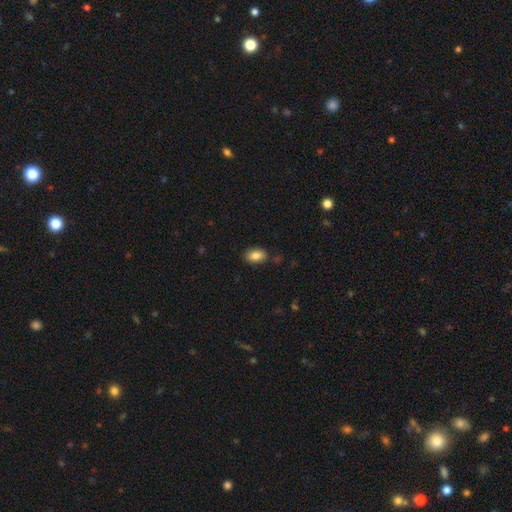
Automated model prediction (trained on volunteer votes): The model was most divided on "merging": none: 83%, minor disturbance: 12%, major disturbance: 3%, merger: 2%. More confident: how rounded — in between (89%); smooth or featured — smooth (85%).